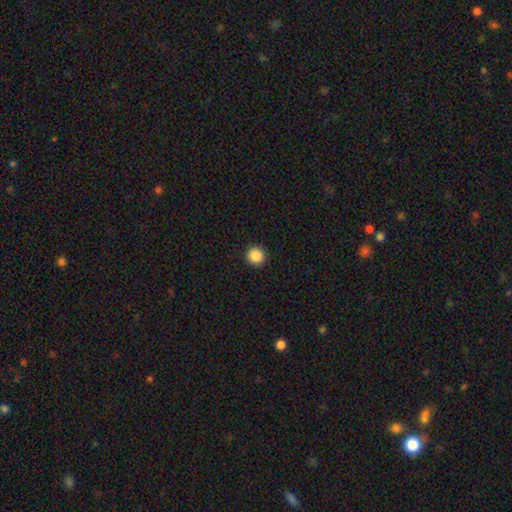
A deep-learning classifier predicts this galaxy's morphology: A smooth galaxy with no disk features (88%) that is round (95%). Merging: none (93%).